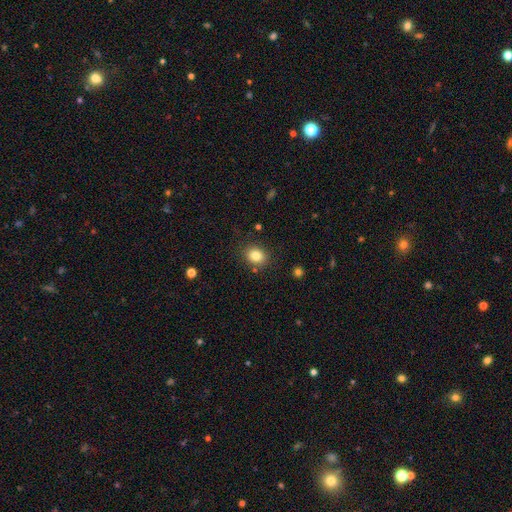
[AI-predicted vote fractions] smooth 83%, star or artifact 11%, featured or disk 7%. Down the decision tree: how rounded — round (58%); merging — none (85%).